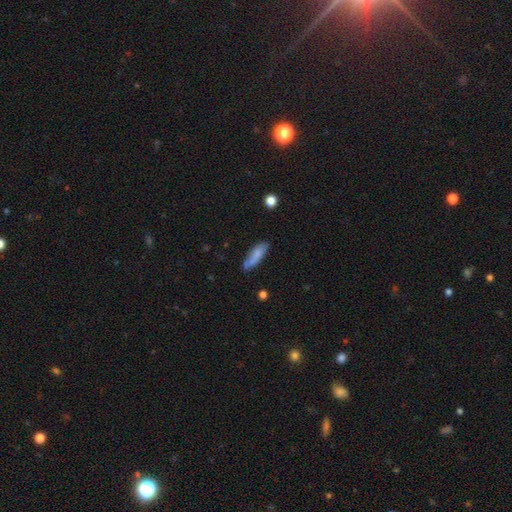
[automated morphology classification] smooth_or_featured: smooth (p=0.75) [alt: featured or disk p=0.18]
how_rounded: cigar-shaped (p=0.51) [alt: in between p=0.47]
merging: none (p=0.58) [alt: minor disturbance p=0.26]